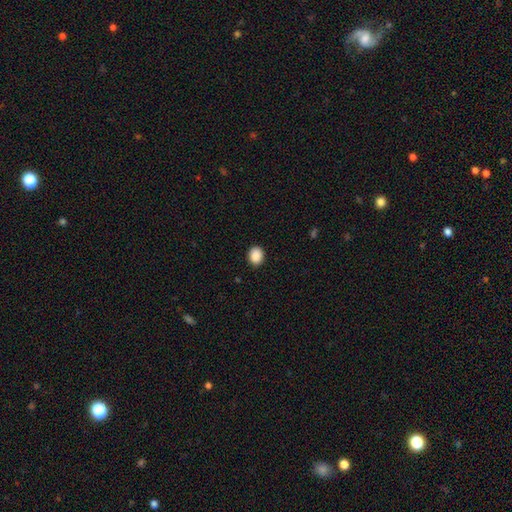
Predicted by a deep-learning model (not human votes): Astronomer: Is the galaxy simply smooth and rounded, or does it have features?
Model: smooth — 89%.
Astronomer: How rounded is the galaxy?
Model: round — 52% (runner-up: in between, 48%).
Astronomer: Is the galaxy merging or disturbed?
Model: none — 90%.